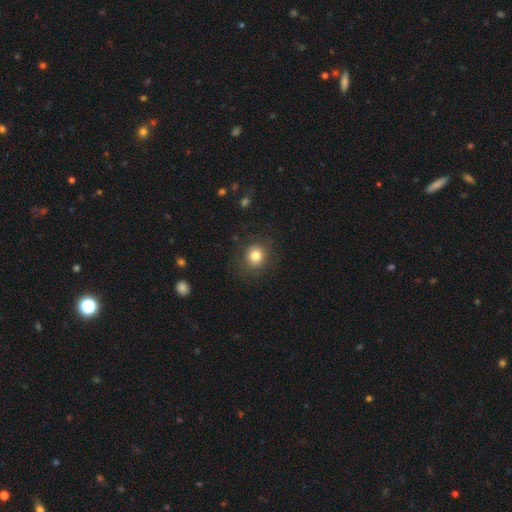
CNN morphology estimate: This is likely a smooth galaxy (80%). How rounded: clearly round (83%). Merging: clearly none (82%).